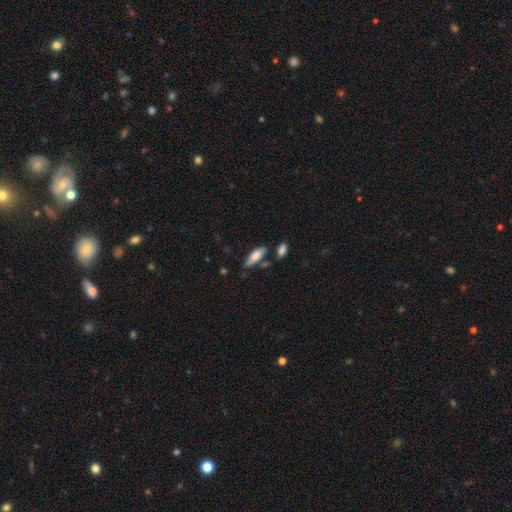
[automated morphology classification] smooth_or_featured: smooth (p=0.75) [alt: featured or disk p=0.19]
how_rounded: in between (p=0.59) [alt: cigar-shaped p=0.39]
merging: none (p=0.68) [alt: minor disturbance p=0.18]